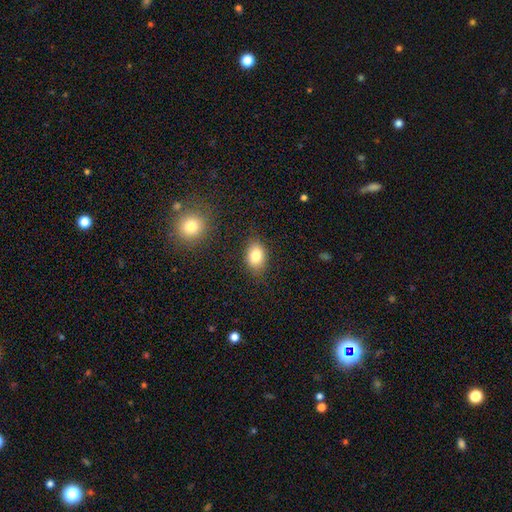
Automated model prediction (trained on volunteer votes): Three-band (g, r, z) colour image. It shows a smooth galaxy with no disk features (81%) that is in between round and cigar-shaped (75%). Merging: none (83%).